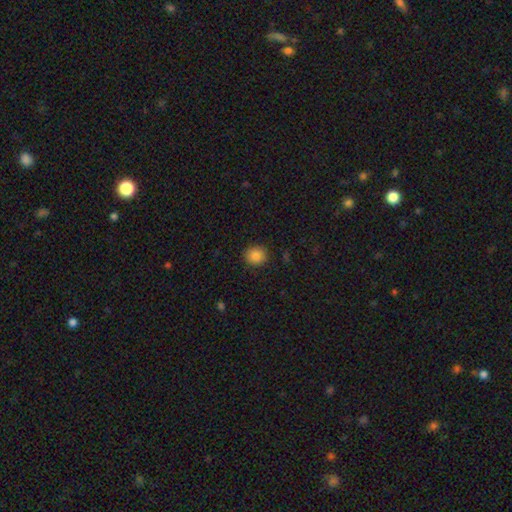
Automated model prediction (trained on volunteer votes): Morphology: type=smooth (86%); roundness=round (86%); merging=none (89%).